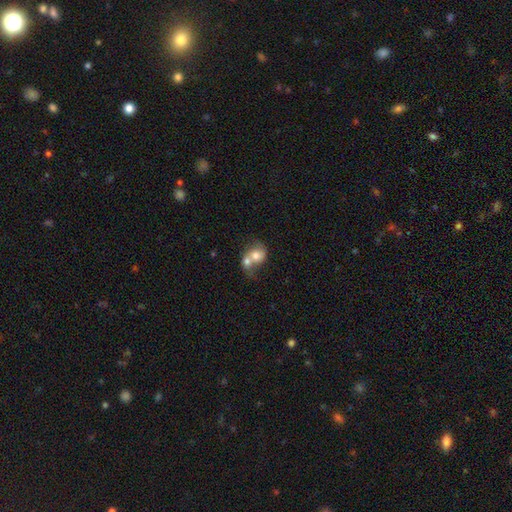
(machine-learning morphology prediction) Smooth or featured? Predicted: smooth (p=0.58). How rounded? Predicted: round (p=0.56). Merging? Predicted: merger (p=0.74).